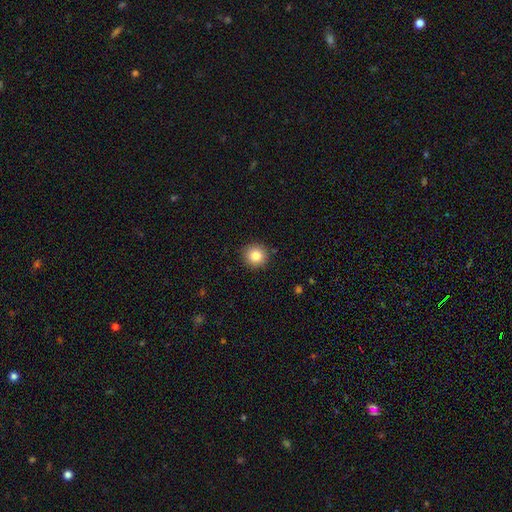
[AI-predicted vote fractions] Q: Smooth or featured?
A: smooth (82%); runner-up: star or artifact (10%)
Q: How rounded?
A: round (93%); runner-up: in between (6%)
Q: Merging?
A: none (91%); runner-up: minor disturbance (6%)